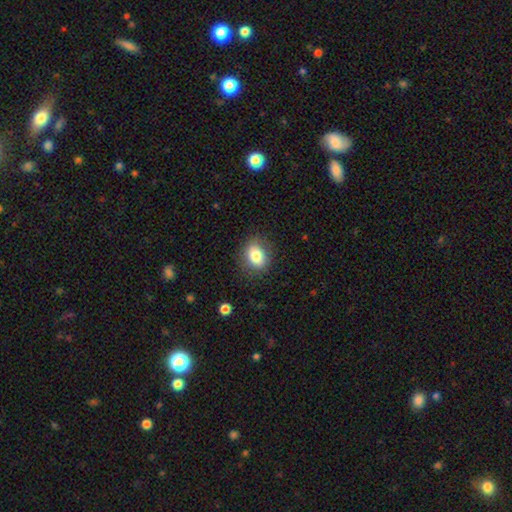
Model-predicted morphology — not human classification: smooth 81%, featured or disk 10%, star or artifact 9%. Down the decision tree: how rounded — in between (64%); merging — none (82%).